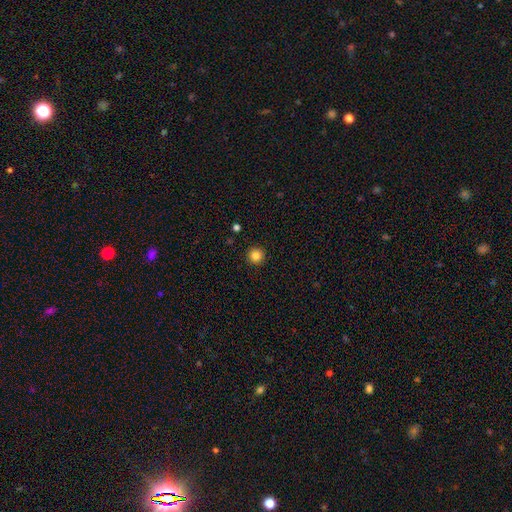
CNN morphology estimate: This appears to be a smooth galaxy with no disk features (84%) that is round (96%). Merging: none (93%).